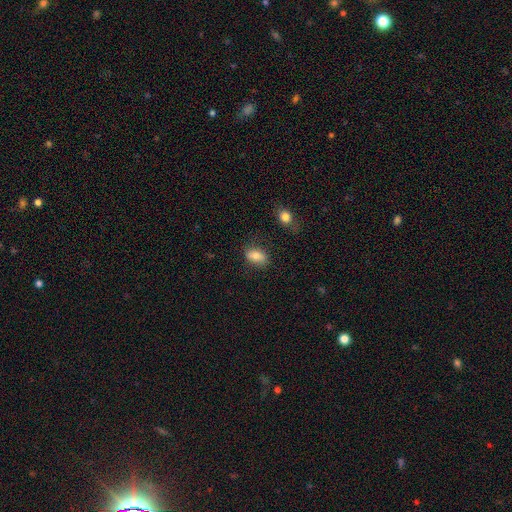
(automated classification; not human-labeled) A smooth galaxy with no disk features (78%) that is in between round and cigar-shaped (87%).

Vote fractions:
- Smooth or featured? smooth: 78% / featured or disk: 13% / star or artifact: 9%
- How rounded? in between: 87% / round: 10% / cigar-shaped: 3%
- Merging? none: 74% / minor disturbance: 18% / major disturbance: 5% / merger: 4%